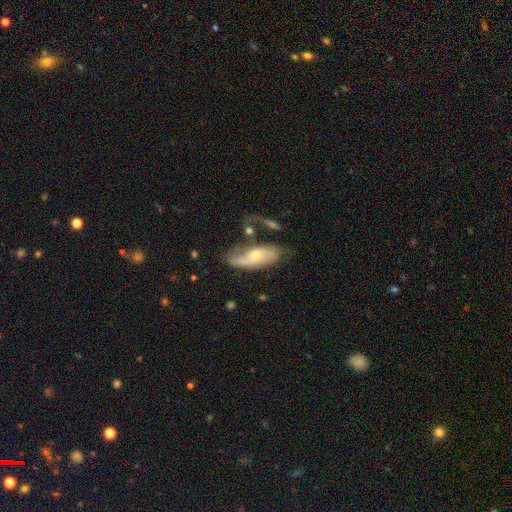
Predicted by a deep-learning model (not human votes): This is likely a featured or disk galaxy (66%). It is clearly not viewed edge-on (85%). Bar: likely no (66%). Spiral arm pattern: clearly yes (84%). Central bulge: possibly moderate (54%). Merging: marginally none (45%).